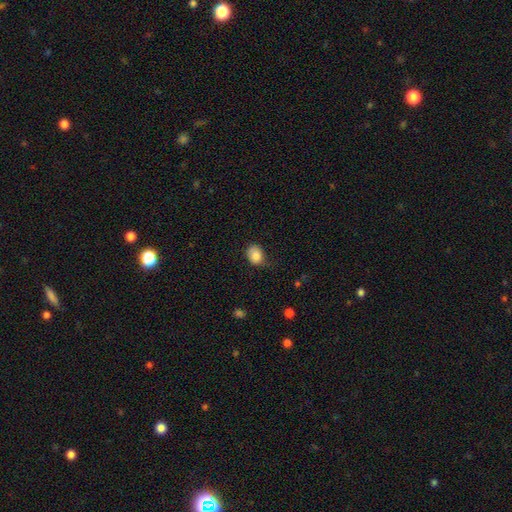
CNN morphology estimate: Smooth or featured? smooth (85%)
How rounded? in between (57%)
Merging? none (60%)